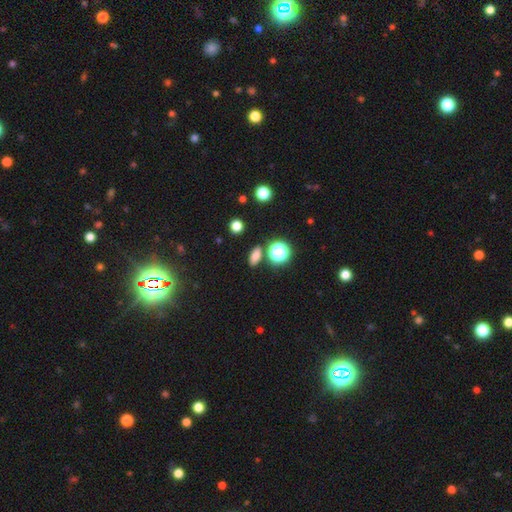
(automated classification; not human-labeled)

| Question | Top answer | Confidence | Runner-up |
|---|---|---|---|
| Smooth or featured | smooth | 73% | star or artifact (18%) |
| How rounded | in between | 68% | round (21%) |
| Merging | none | 83% | minor disturbance (9%) |